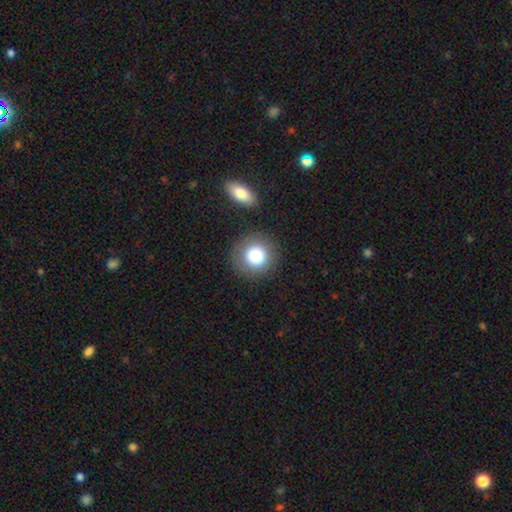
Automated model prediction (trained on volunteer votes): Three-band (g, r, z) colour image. It shows a smooth galaxy with no disk features (80%) that is round (93%). Merging: none (84%).